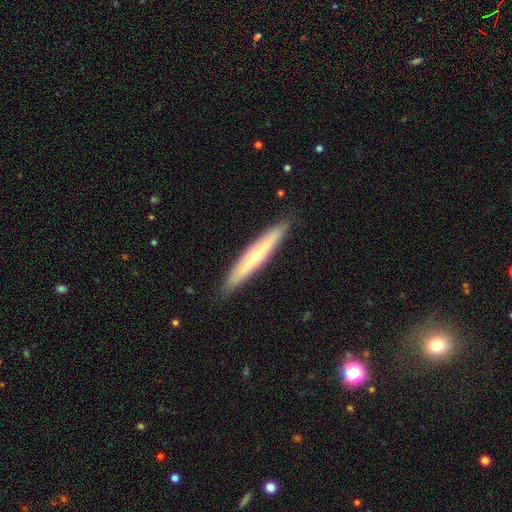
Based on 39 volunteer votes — Q: Smooth or featured?
A: featured or disk (74%); runner-up: smooth (26%)
Q: Edge-on disk?
A: yes (100%)
Q: Edge-on bulge?
A: rounded (79%); runner-up: boxy (10%)
Q: Merging?
A: none (85%); runner-up: minor disturbance (15%)